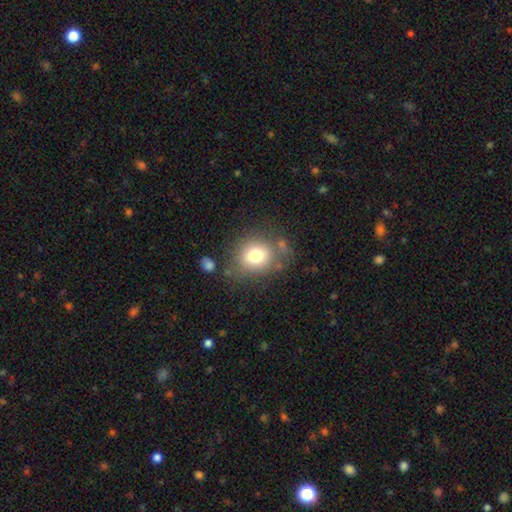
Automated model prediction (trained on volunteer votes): The model was most divided on "how rounded": round: 73%, in between: 26%, cigar-shaped: 1%. More confident: smooth or featured — smooth (75%); merging — none (68%).